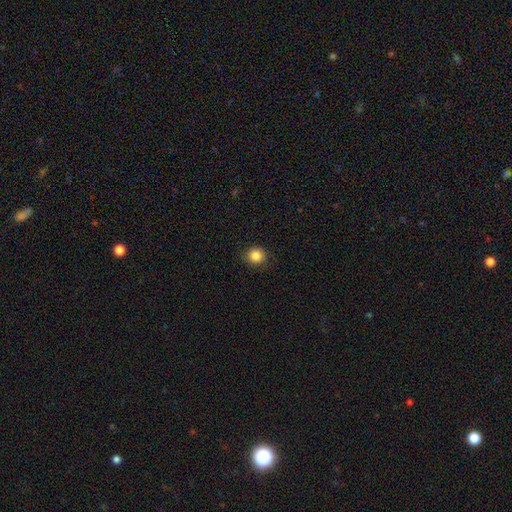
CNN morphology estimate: This appears to be a smooth galaxy with no disk features (86%) that is round (89%). Merging: none (86%).